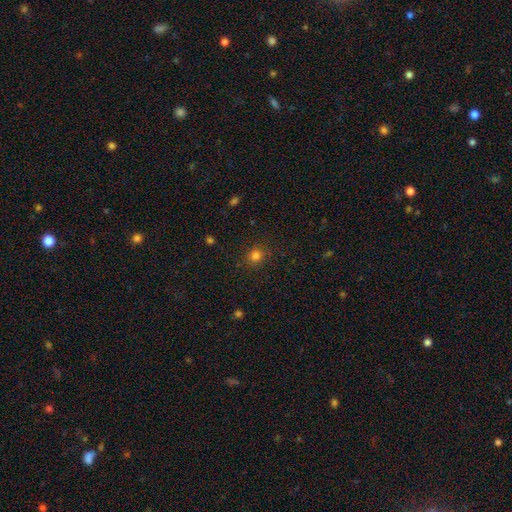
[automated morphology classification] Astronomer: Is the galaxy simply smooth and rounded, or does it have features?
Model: smooth — 81%.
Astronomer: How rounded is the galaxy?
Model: round — 86%.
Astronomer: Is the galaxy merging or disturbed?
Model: none — 88%.